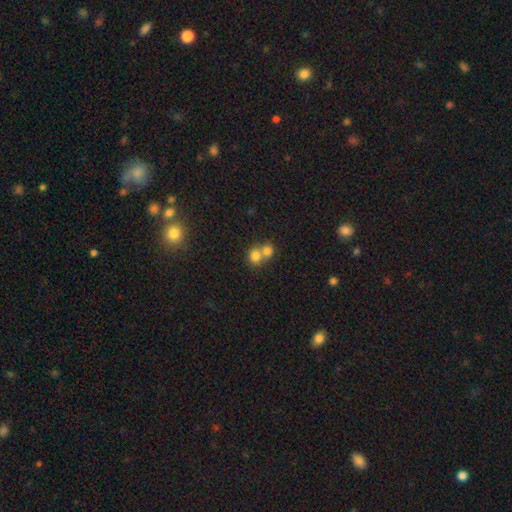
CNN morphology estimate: This is likely a smooth galaxy (78%). How rounded: clearly round (81%). Merging: likely merger (62%).